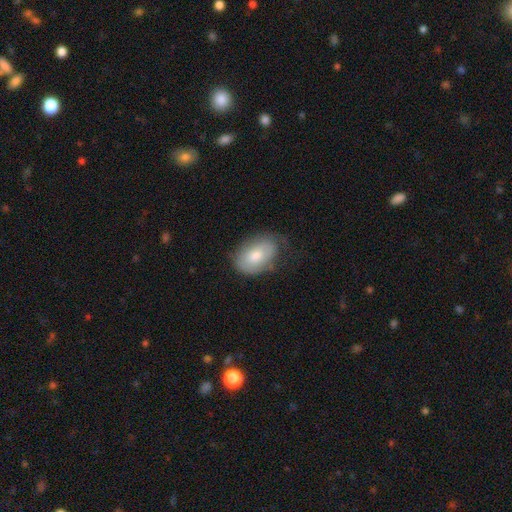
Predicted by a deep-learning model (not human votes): This is likely a smooth galaxy (73%). How rounded: clearly in between (88%). Merging: possibly none (59%).